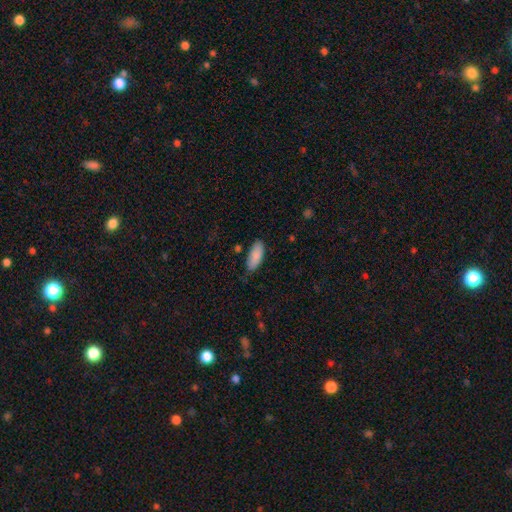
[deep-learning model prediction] The model was most divided on "merging": none: 76%, minor disturbance: 19%, major disturbance: 3%, merger: 2%. More confident: smooth or featured — smooth (88%); how rounded — in between (81%).